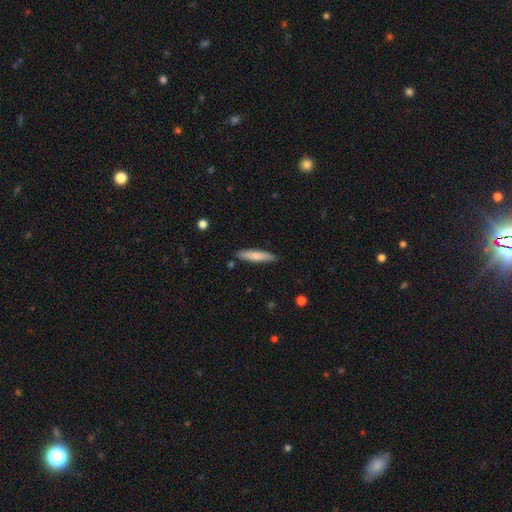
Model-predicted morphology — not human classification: This appears to be a smooth galaxy with no disk features (77%) that is cigar-shaped (81%). Merging: none (86%).